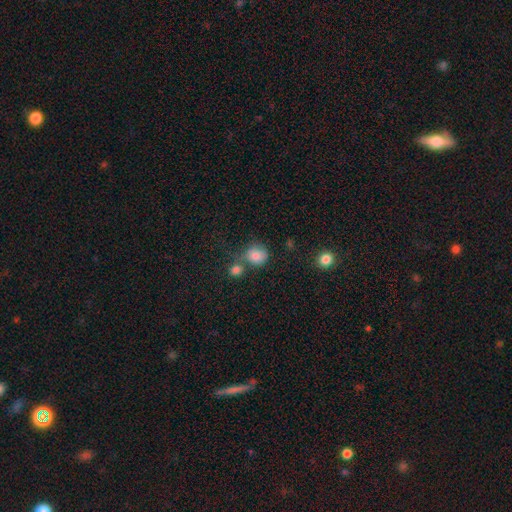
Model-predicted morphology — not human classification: A smooth galaxy with no disk features (82%) that is round (84%). Merging: none (54%).